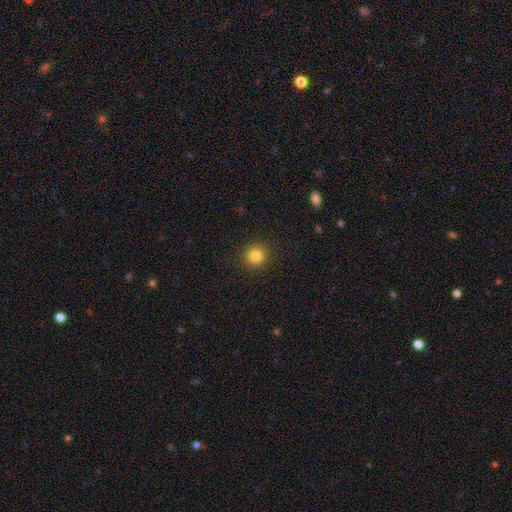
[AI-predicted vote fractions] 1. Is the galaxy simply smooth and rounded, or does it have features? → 83% smooth, 12% star or artifact, 5% featured or disk.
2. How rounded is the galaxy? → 93% round, 6% in between, 1% cigar-shaped.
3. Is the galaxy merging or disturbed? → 91% none, 6% minor disturbance, 2% major disturbance, 1% merger.